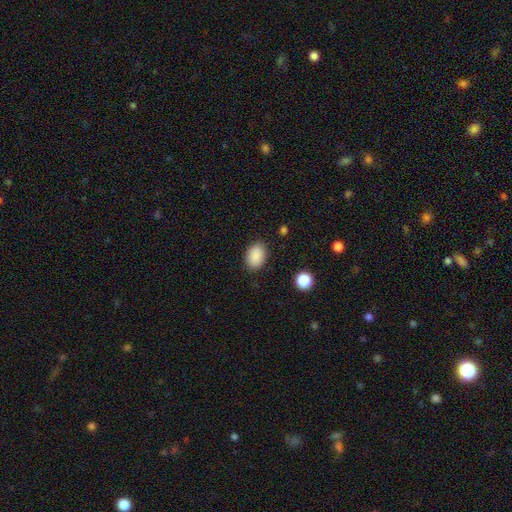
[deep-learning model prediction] smooth-or-featured: smooth: 89% | star or artifact: 8% | featured or disk: 4%
  how-rounded: in between: 84% | round: 15% | cigar-shaped: 1%
  merging: none: 85% | minor disturbance: 11% | major disturbance: 3% | merger: 1%